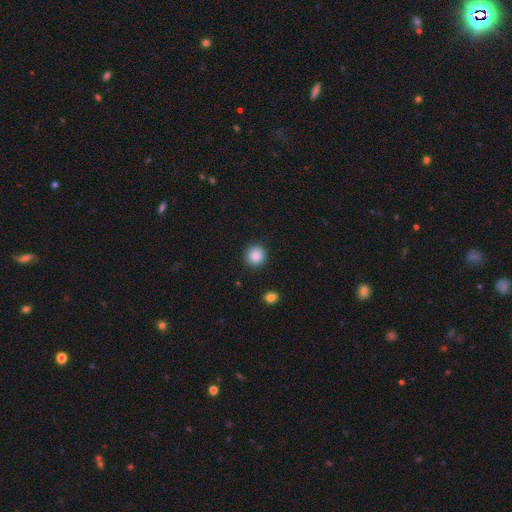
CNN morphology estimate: Smooth or featured?
  - smooth: 87% *
  - star or artifact: 9%
  - featured or disk: 4%
How rounded?
  - round: 93% *
  - in between: 6%
  - cigar-shaped: 1%
Merging?
  - none: 91% *
  - minor disturbance: 6%
  - major disturbance: 2%
  - merger: 1%